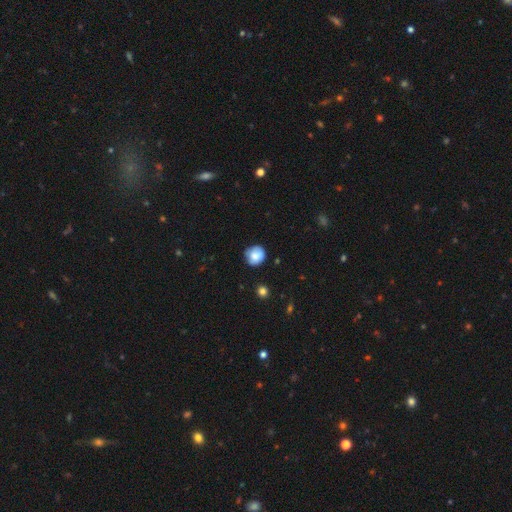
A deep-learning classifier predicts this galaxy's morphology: This is clearly a smooth galaxy (81%). How rounded: clearly round (87%). Merging: likely none (72%).